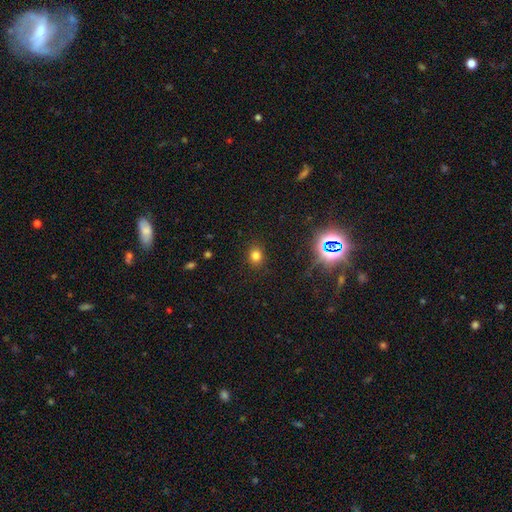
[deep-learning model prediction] Smooth or featured: smooth — 76% (star or artifact — 18%)
How rounded: round — 63% (in between — 36%)
Merging: none — 87% (minor disturbance — 9%)